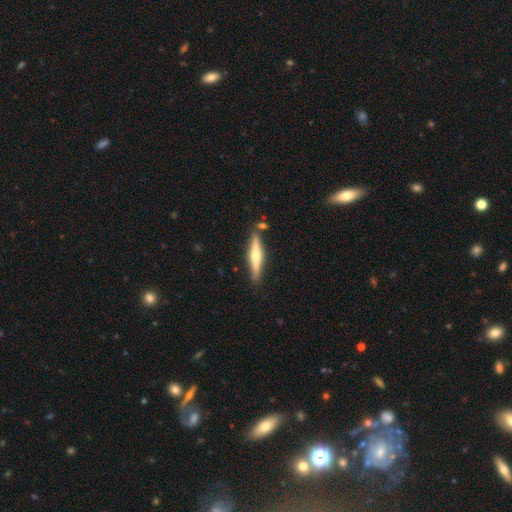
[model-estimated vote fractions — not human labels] This appears to be a featured or disk galaxy (53%) viewed edge-on (95%) with a rounded central bulge (82%). Merging: none (82%).